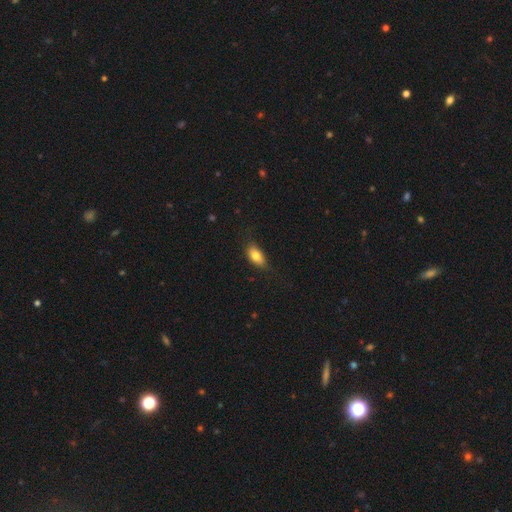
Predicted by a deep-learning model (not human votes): The model was most divided on "merging": none: 76%, minor disturbance: 19%, major disturbance: 4%, merger: 1%. More confident: how rounded — in between (88%); smooth or featured — smooth (80%).